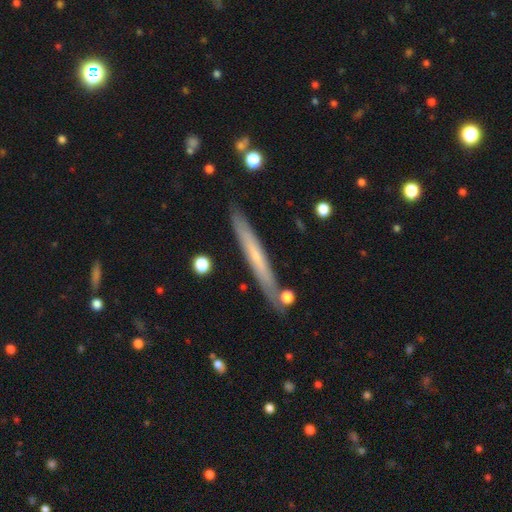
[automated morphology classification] smooth-or-featured: smooth: 48% | featured or disk: 46% | star or artifact: 6%
  merging: none: 86% | minor disturbance: 10% | merger: 3% | major disturbance: 2%